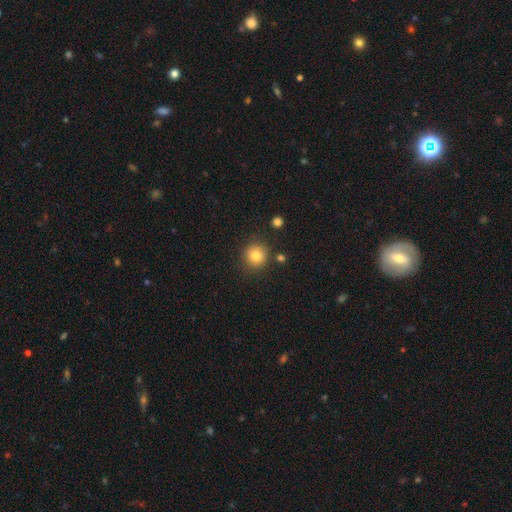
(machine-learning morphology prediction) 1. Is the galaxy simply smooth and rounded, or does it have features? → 83% smooth, 10% star or artifact, 6% featured or disk.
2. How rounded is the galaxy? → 91% round, 9% in between, 1% cigar-shaped.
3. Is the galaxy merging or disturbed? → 84% none, 9% minor disturbance, 4% merger, 3% major disturbance.